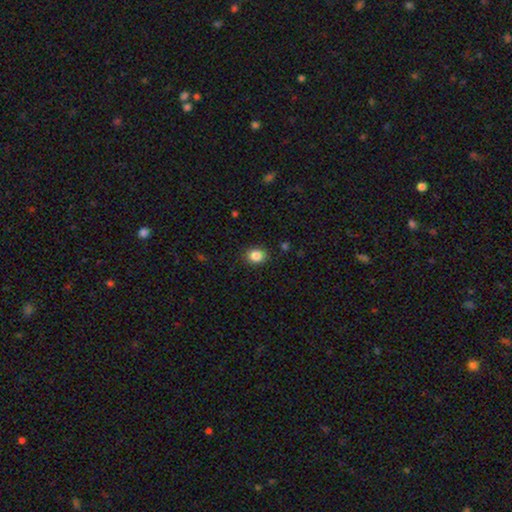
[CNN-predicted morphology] A smooth galaxy with no disk features (86%) that is in between round and cigar-shaped (52%). Merging: none (87%).